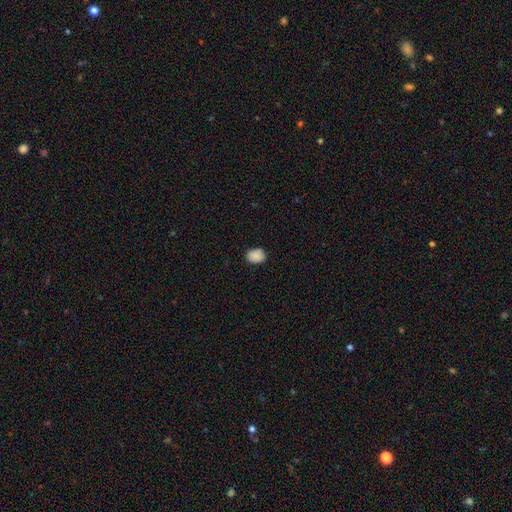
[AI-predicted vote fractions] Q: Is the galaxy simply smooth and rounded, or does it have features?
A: smooth — 89%.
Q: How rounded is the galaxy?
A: in between — 64%.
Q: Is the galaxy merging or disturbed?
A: none — 85%.